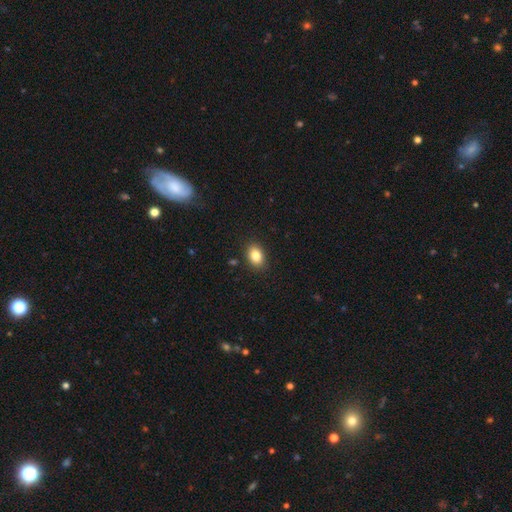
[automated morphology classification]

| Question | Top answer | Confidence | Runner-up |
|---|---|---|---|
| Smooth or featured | smooth | 84% | star or artifact (9%) |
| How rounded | in between | 80% | round (19%) |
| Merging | none | 88% | minor disturbance (9%) |